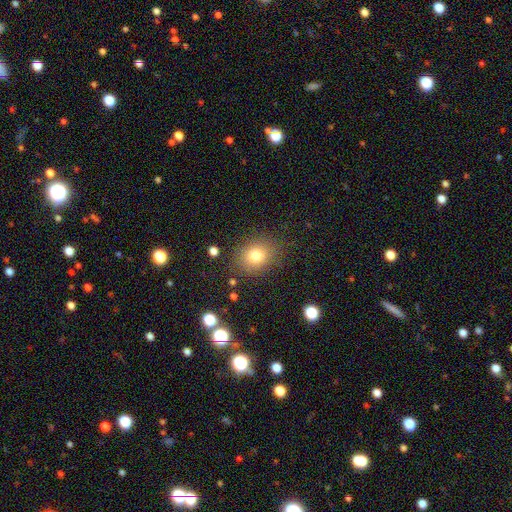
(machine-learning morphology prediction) A smooth galaxy with no disk features (78%) that is round (58%). Merging: none (82%).